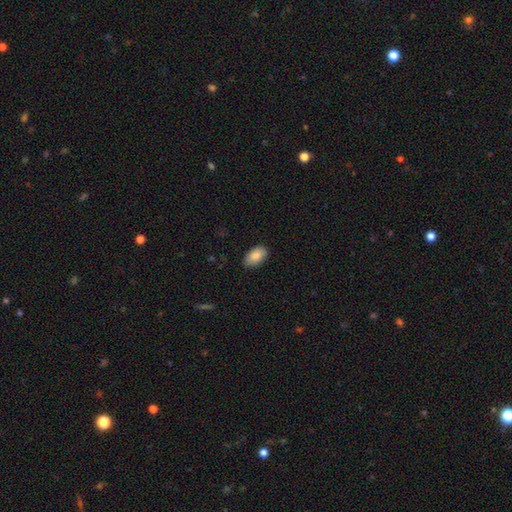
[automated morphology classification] Smooth or featured?
  - smooth: 87% *
  - star or artifact: 6%
  - featured or disk: 6%
How rounded?
  - in between: 94% *
  - round: 5%
  - cigar-shaped: 1%
Merging?
  - none: 81% *
  - minor disturbance: 15%
  - major disturbance: 2%
  - merger: 1%